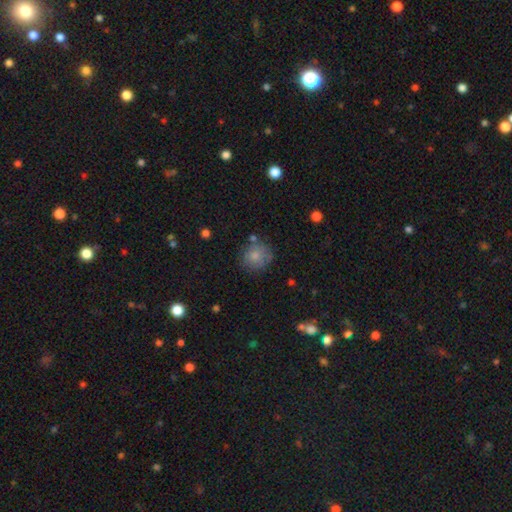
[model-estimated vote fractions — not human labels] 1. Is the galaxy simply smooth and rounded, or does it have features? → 79% smooth, 12% featured or disk, 9% star or artifact.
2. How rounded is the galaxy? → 86% round, 13% in between, 1% cigar-shaped.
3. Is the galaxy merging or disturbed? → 72% none, 17% minor disturbance, 6% merger, 5% major disturbance.